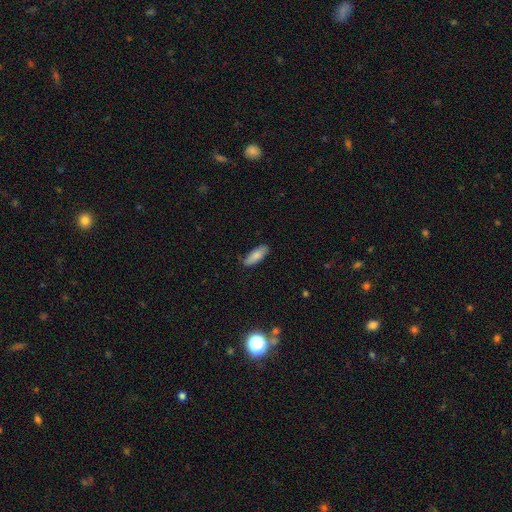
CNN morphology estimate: Q: Smooth or featured?
A: smooth (82%); runner-up: featured or disk (11%)
Q: How rounded?
A: in between (64%); runner-up: cigar-shaped (34%)
Q: Merging?
A: none (81%); runner-up: minor disturbance (15%)